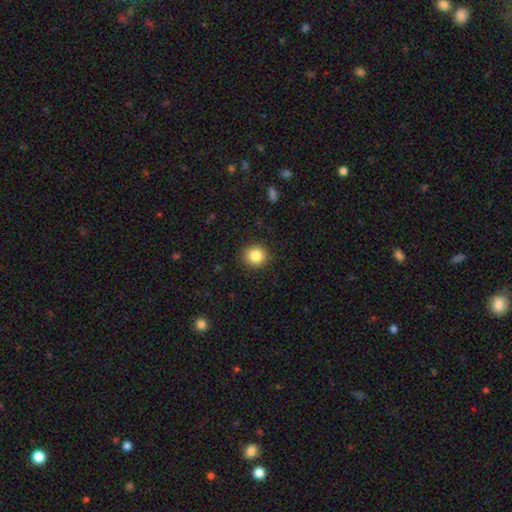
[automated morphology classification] This is clearly a smooth galaxy (85%). How rounded: clearly round (91%). Merging: clearly none (89%).